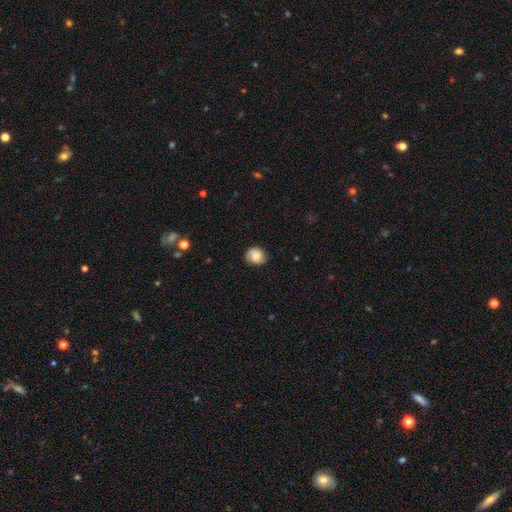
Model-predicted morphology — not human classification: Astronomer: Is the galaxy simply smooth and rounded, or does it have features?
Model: smooth — 50% (runner-up: featured or disk, 41%).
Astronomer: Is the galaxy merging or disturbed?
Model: none — 77%.